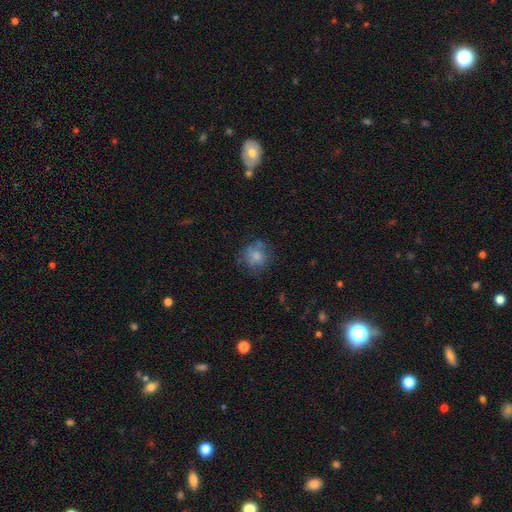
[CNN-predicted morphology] A smooth galaxy with no disk features (66%) that is round (78%).

Vote fractions:
- Smooth or featured? smooth: 66% / featured or disk: 23% / star or artifact: 11%
- How rounded? round: 78% / in between: 21% / cigar-shaped: 1%
- Merging? none: 59% / minor disturbance: 23% / major disturbance: 13% / merger: 5%